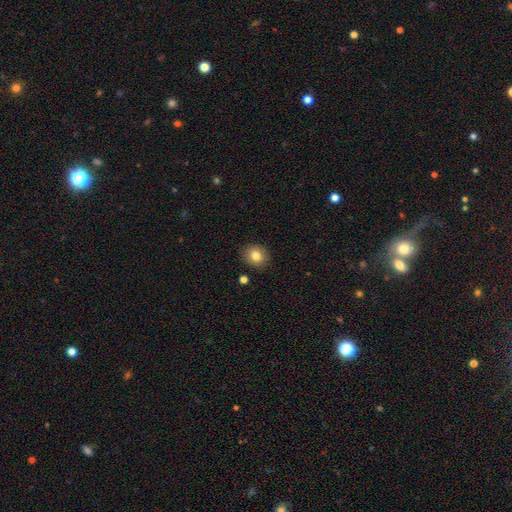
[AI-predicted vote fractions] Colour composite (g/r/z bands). It shows a smooth galaxy with no disk features (82%) that is round (71%). Merging: none (89%).